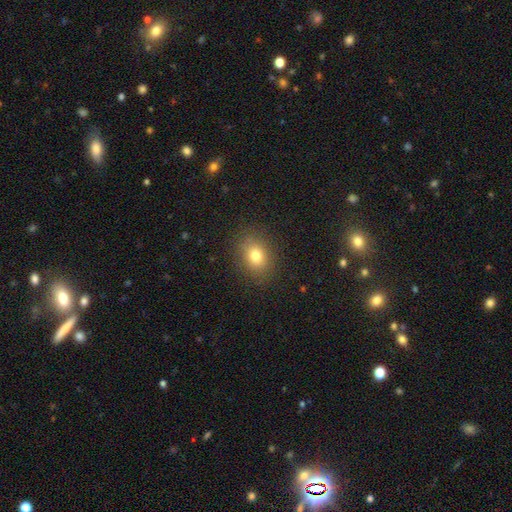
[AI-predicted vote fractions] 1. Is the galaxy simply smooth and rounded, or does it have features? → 78% smooth, 12% star or artifact, 10% featured or disk.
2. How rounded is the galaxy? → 52% in between, 47% round, 1% cigar-shaped.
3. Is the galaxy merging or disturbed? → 86% none, 9% minor disturbance, 4% major disturbance, 1% merger.